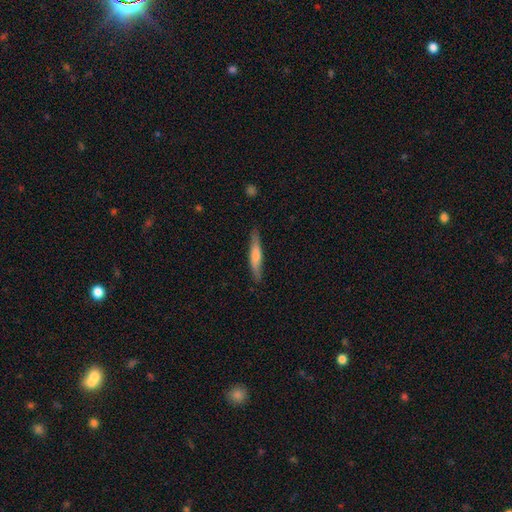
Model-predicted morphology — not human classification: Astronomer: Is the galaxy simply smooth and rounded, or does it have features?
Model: smooth — 62%.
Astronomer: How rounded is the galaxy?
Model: cigar-shaped — 90%.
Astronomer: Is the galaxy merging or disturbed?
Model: none — 85%.